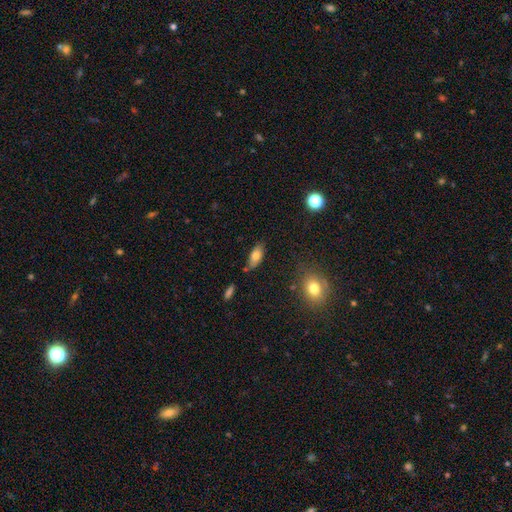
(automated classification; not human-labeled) This appears to be a smooth galaxy with no disk features (75%) that is in between round and cigar-shaped (84%). Merging: none (75%).